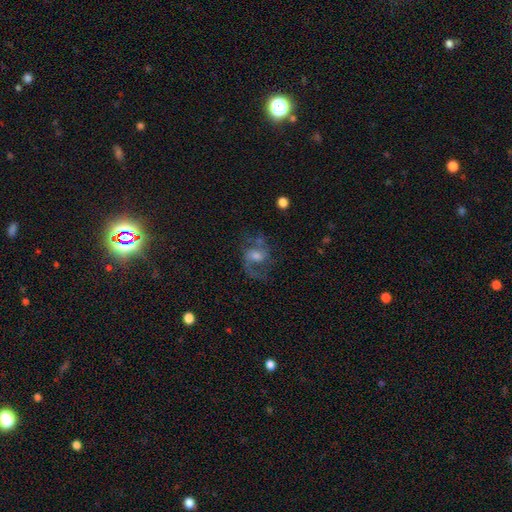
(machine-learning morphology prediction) Smooth or featured? Predicted: featured or disk (p=0.70). Edge-on disk? Predicted: no (p=0.97). Bar? Predicted: no (p=0.48). Spiral arms? Predicted: yes (p=0.88). Spiral winding? Predicted: medium (p=0.46). Spiral arm count? Predicted: 2 (p=0.79). Bulge size? Predicted: moderate (p=0.52). Merging? Predicted: none (p=0.58).